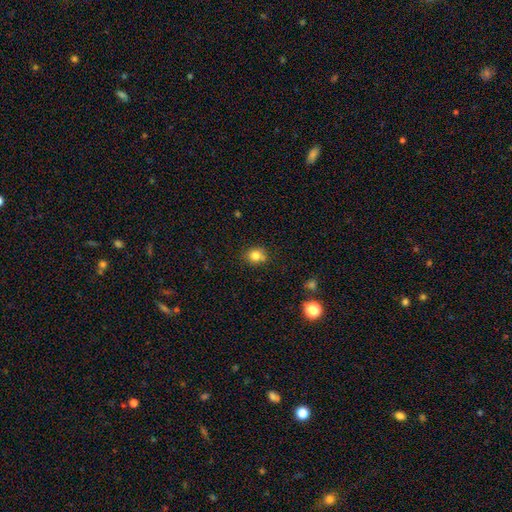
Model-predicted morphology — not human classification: Smooth or featured? smooth (81%)
How rounded? round (71%)
Merging? none (75%)